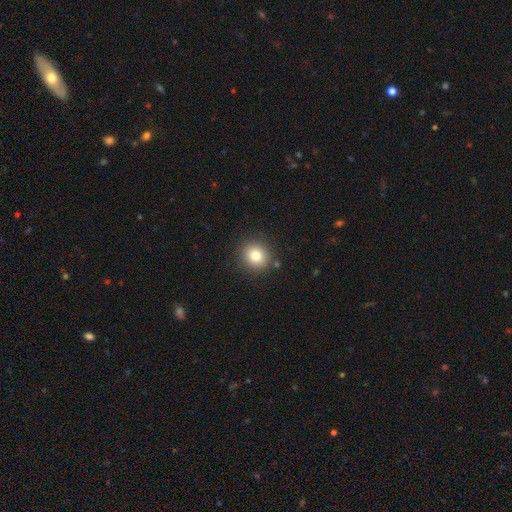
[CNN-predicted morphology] Q: Smooth or featured?
A: smooth (80%); runner-up: star or artifact (11%)
Q: How rounded?
A: round (88%); runner-up: in between (11%)
Q: Merging?
A: none (88%); runner-up: minor disturbance (7%)